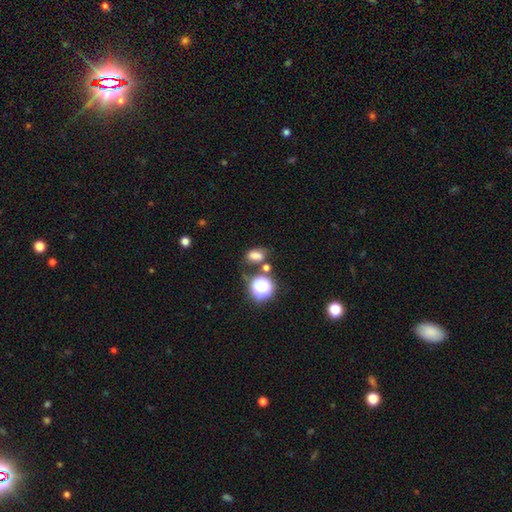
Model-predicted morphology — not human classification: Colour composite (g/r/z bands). It shows a smooth galaxy with no disk features (73%) that is in between round and cigar-shaped (73%). Merging: none (62%).